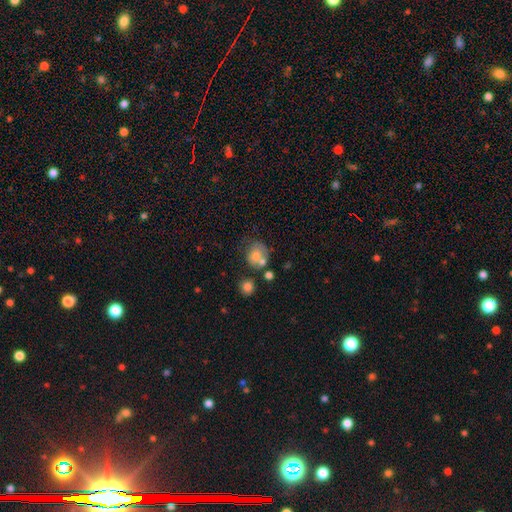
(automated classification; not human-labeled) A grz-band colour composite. It shows a smooth galaxy with no disk features (67%) that is round (64%). Merging: none (41%).